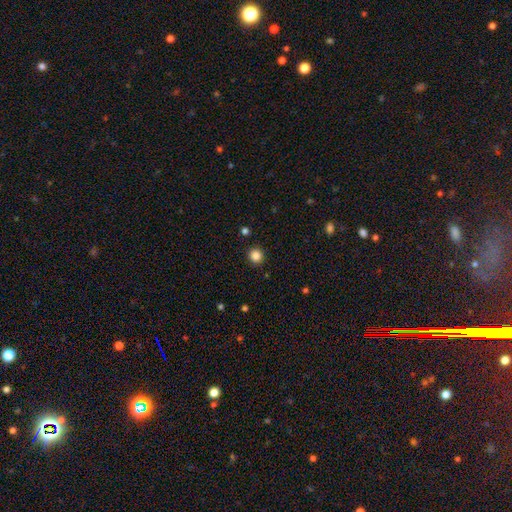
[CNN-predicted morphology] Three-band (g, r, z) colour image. It shows a smooth galaxy with no disk features (85%) that is round (94%). Merging: none (92%).